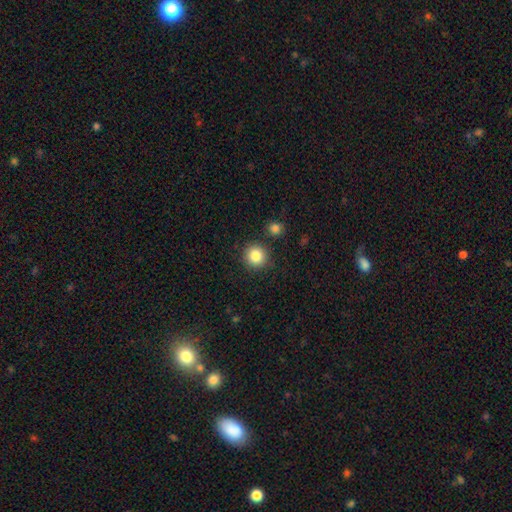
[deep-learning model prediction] Smooth or featured? Predicted: smooth (p=0.85). How rounded? Predicted: round (p=0.92). Merging? Predicted: none (p=0.86).